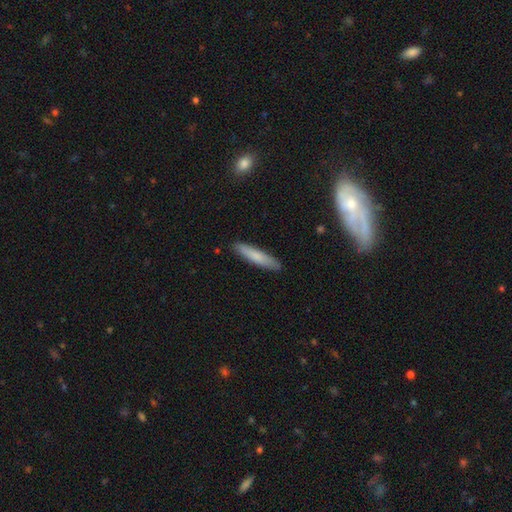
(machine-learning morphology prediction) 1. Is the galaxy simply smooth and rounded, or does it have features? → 75% smooth, 19% featured or disk, 6% star or artifact.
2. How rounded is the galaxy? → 88% cigar-shaped, 10% in between, 1% round.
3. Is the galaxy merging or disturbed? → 88% none, 9% minor disturbance, 2% major disturbance, 1% merger.